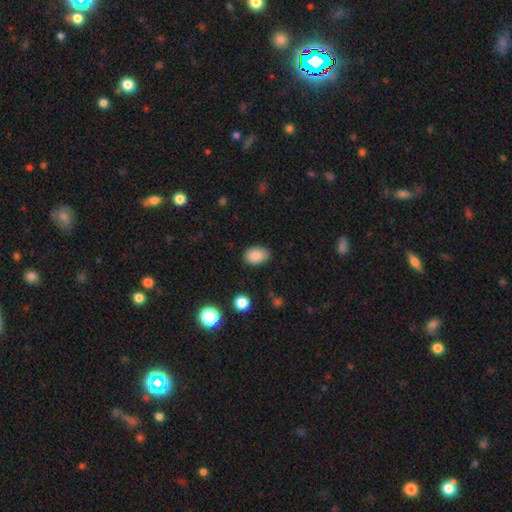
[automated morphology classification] This appears to be a smooth galaxy with no disk features (86%) that is in between round and cigar-shaped (85%). Merging: none (84%).